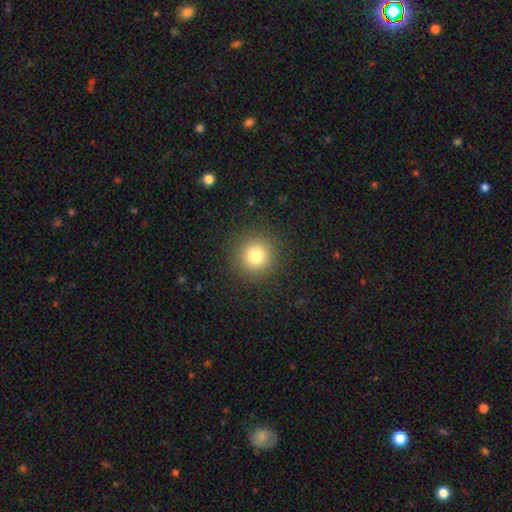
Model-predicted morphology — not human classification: This is likely a smooth galaxy (80%). How rounded: clearly round (95%). Merging: clearly none (90%).